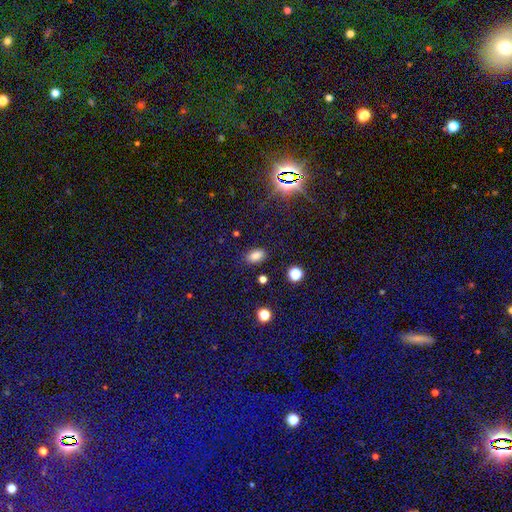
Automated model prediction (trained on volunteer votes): Smooth or featured? Predicted: smooth (p=0.79). How rounded? Predicted: in between (p=0.87). Merging? Predicted: none (p=0.85).